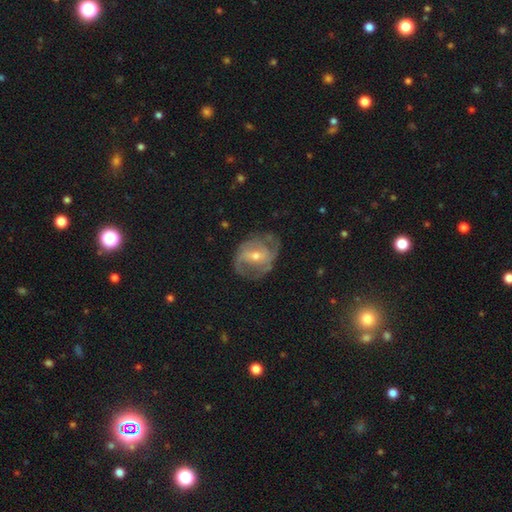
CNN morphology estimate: smooth-or-featured: featured or disk: 78% | smooth: 16% | star or artifact: 6%
  disk-edge-on: no: 97% | yes: 3%
    bar: weak: 46% | no: 29% | strong: 25%
    has-spiral-arms: yes: 86% | no: 14%
      spiral-winding: medium: 46% | tight: 30% | loose: 24%
      spiral-arm-count: 2: 59% | can't tell: 20% | 3: 11% | 1: 5% | 4: 3% | more than 4: 2%
    bulge-size: small: 48% (tied) | moderate: 48% (tied) | large: 2% | none: 1% | dominant: 1%
  merging: none: 64% | minor disturbance: 22% | major disturbance: 12% | merger: 2%